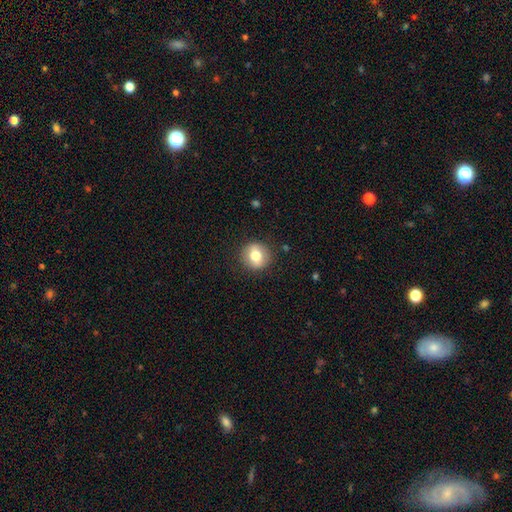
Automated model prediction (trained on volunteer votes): This appears to be a smooth galaxy with no disk features (71%) that is round (87%). Merging: none (88%).